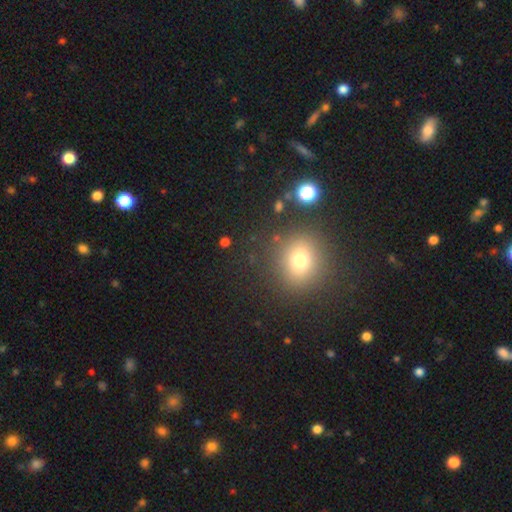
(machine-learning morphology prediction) smooth_or_featured: smooth (p=0.63) [alt: star or artifact p=0.28]
how_rounded: round (p=0.75) [alt: in between p=0.23]
merging: none (p=0.87) [alt: minor disturbance p=0.07]